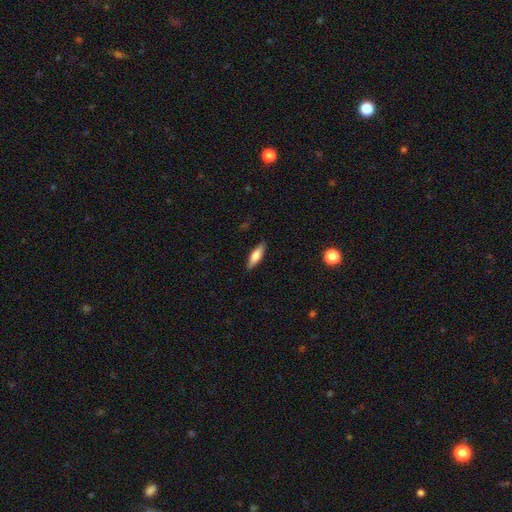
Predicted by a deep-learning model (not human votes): smooth-or-featured: smooth: 73% | featured or disk: 21% | star or artifact: 6%
  how-rounded: cigar-shaped: 52% | in between: 46% | round: 2%
  merging: none: 86% | minor disturbance: 10% | major disturbance: 2% | merger: 1%